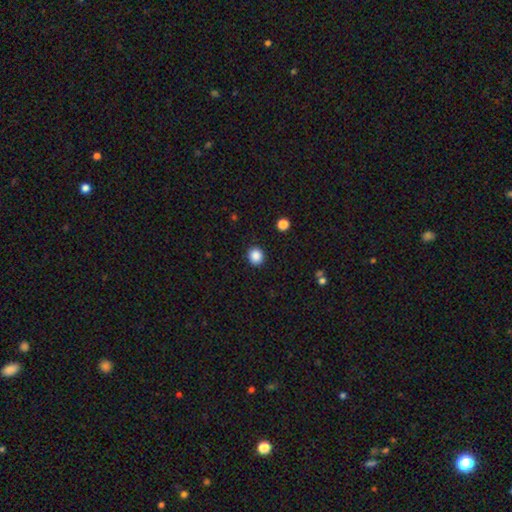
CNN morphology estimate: Overall: smooth (88%). How rounded: round (83%). Merging: none (91%).